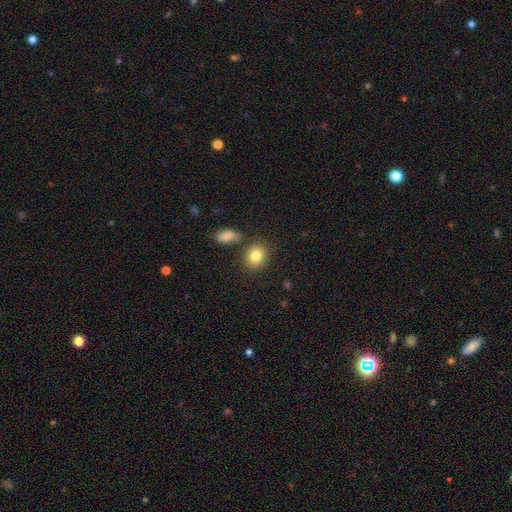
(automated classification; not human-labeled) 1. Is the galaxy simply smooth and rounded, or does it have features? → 83% smooth, 9% star or artifact, 8% featured or disk.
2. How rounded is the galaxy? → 61% round, 38% in between, 1% cigar-shaped.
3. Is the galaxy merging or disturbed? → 78% none, 11% minor disturbance, 8% merger, 3% major disturbance.